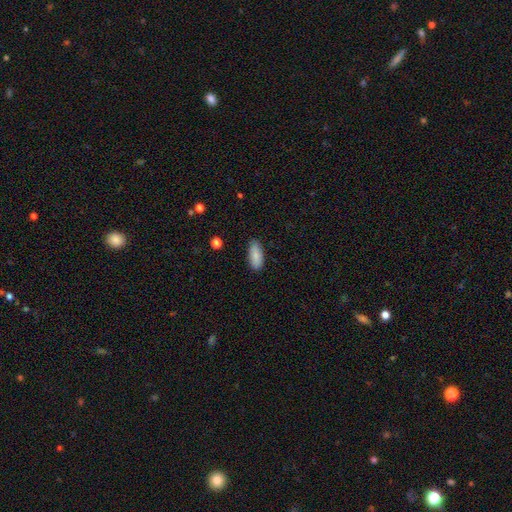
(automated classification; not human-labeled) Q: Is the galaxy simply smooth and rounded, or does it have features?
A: smooth — 86%.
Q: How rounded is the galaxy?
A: in between — 82%.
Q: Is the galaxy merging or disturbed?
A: none — 87%.